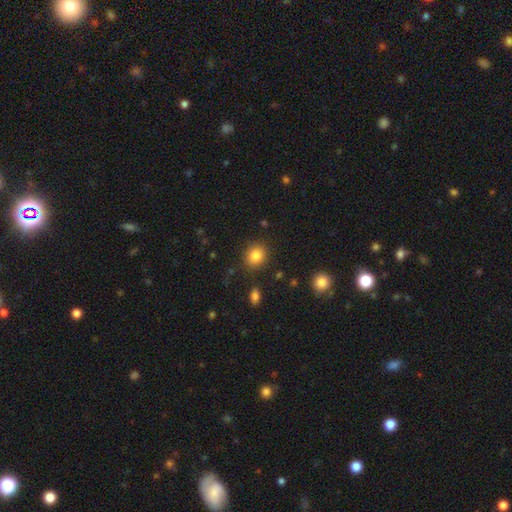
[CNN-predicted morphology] The model was most divided on "how rounded": round: 65%, in between: 34%, cigar-shaped: 1%. More confident: merging — none (86%); smooth or featured — smooth (84%).